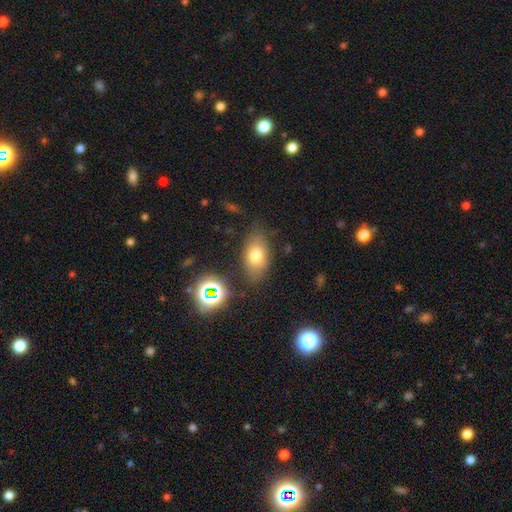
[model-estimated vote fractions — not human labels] Smooth or featured? smooth (73%)
How rounded? in between (86%)
Merging? none (75%)